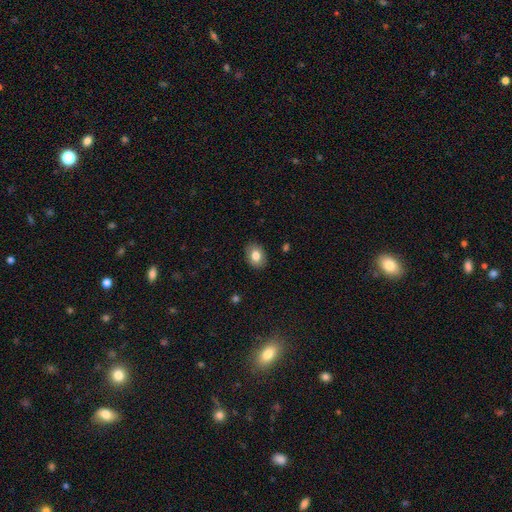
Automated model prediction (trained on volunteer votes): The model was most divided on "how rounded": in between: 70%, round: 29%, cigar-shaped: 1%. More confident: merging — none (88%); smooth or featured — smooth (80%).